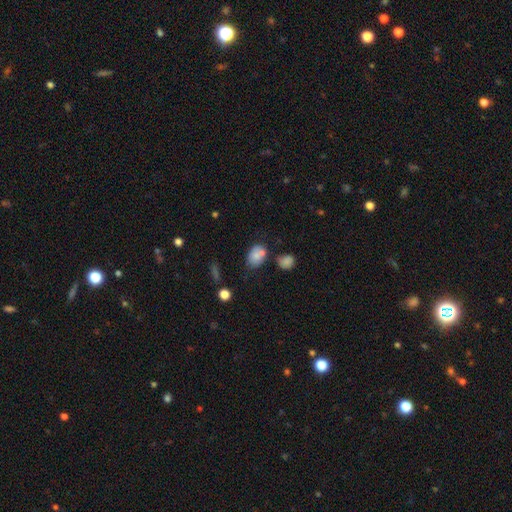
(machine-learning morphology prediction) A smooth galaxy with no disk features (75%) that is in between round and cigar-shaped (73%). Merging: none (49%).